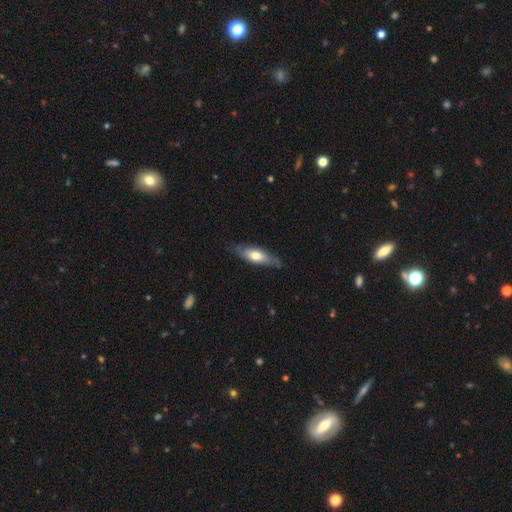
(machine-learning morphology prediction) type=smooth (59%); roundness=in between (53%); merging=none (72%).